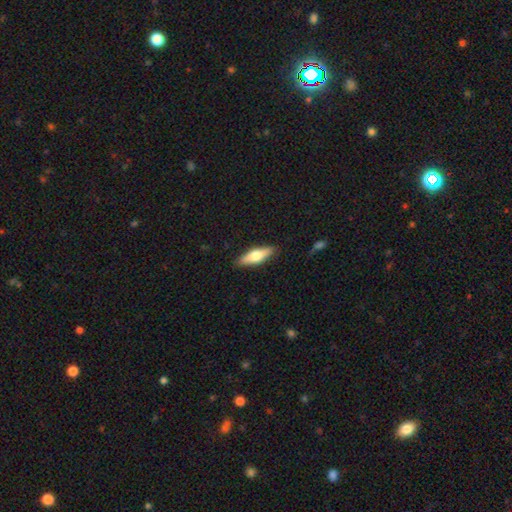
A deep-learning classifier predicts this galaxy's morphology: smooth_or_featured: smooth (p=0.56) [alt: featured or disk p=0.38]
how_rounded: cigar-shaped (p=0.50) [alt: in between p=0.48]
merging: none (p=0.88) [alt: minor disturbance p=0.09]